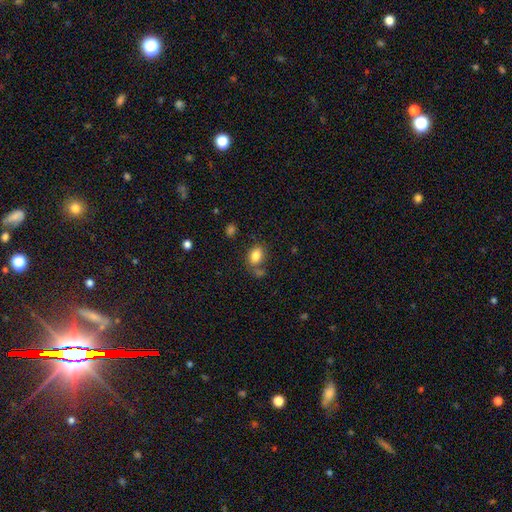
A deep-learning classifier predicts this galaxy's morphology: Smooth or featured: smooth — 83% (star or artifact — 9%)
How rounded: in between — 76% (round — 22%)
Merging: none — 61% (merger — 16%)